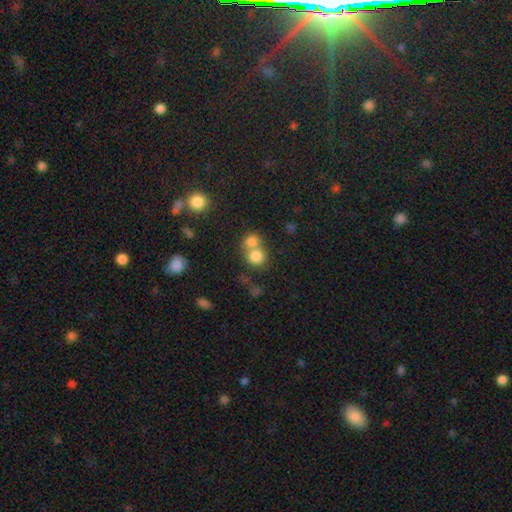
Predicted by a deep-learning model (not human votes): Smooth or featured: smooth — 79% (star or artifact — 11%)
How rounded: round — 82% (in between — 17%)
Merging: merger — 53% (none — 38%)